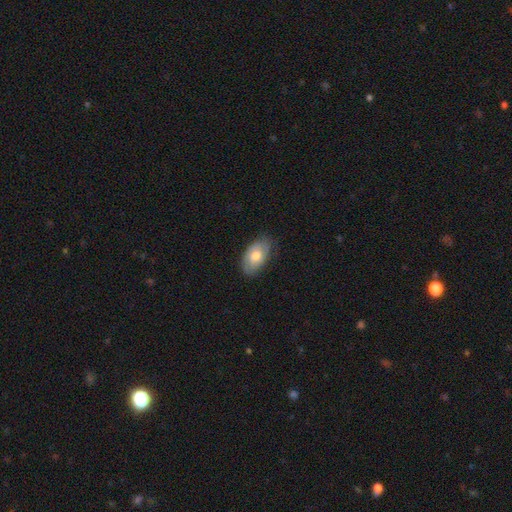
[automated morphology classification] Q: Smooth or featured?
A: smooth (60%); runner-up: featured or disk (34%)
Q: How rounded?
A: in between (93%); runner-up: round (5%)
Q: Merging?
A: none (74%); runner-up: minor disturbance (21%)